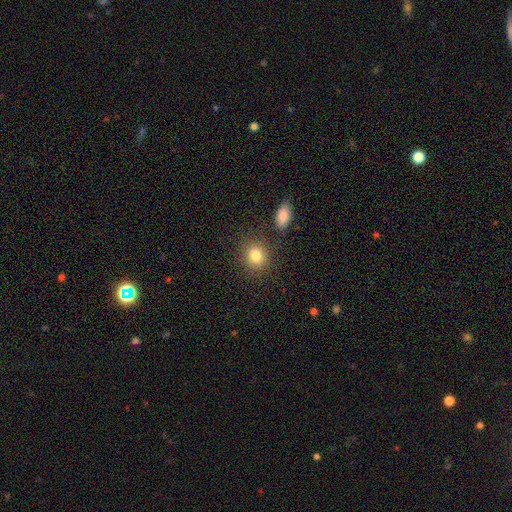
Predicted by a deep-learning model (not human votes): The model was most divided on "how rounded": round: 67%, in between: 32%, cigar-shaped: 1%. More confident: smooth or featured — smooth (83%); merging — none (81%).